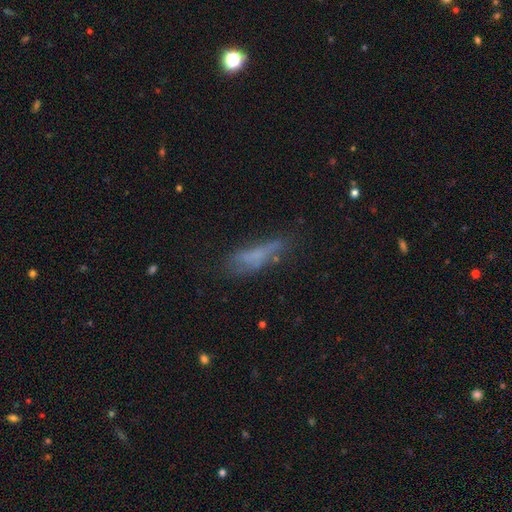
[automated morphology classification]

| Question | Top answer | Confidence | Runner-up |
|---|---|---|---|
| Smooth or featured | smooth | 55% | featured or disk (32%) |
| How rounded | cigar-shaped | 62% | in between (36%) |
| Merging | none | 46% | minor disturbance (29%) |